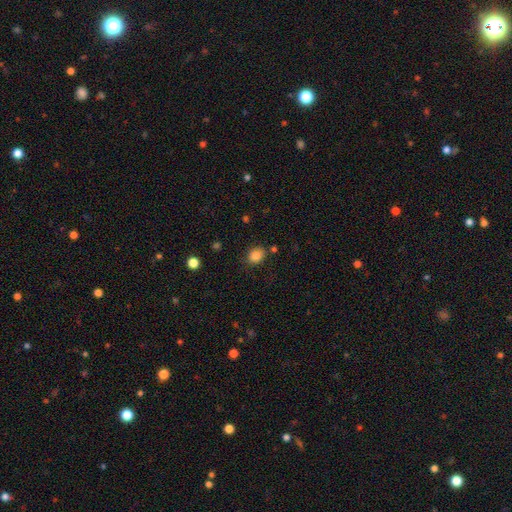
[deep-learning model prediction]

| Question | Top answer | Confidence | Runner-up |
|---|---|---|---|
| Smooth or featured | smooth | 85% | star or artifact (10%) |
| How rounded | round | 52% | in between (47%) |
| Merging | none | 80% | minor disturbance (12%) |